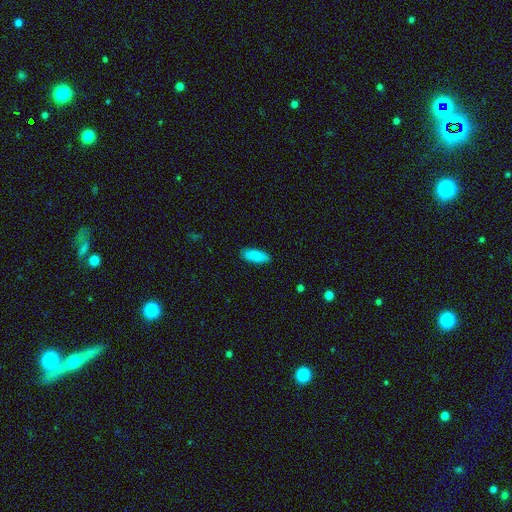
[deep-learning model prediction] Overall: smooth (89%). How rounded: in between (73%). Merging: none (89%).